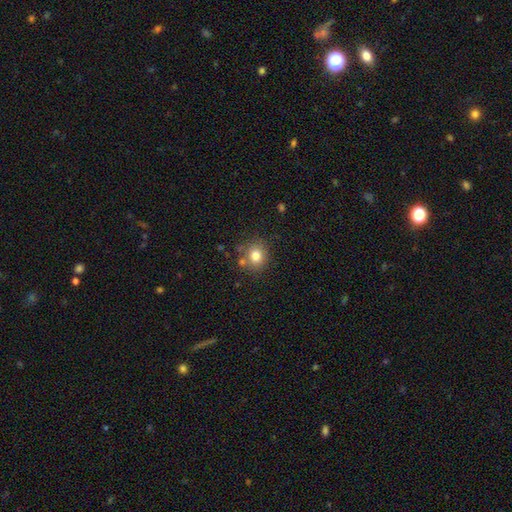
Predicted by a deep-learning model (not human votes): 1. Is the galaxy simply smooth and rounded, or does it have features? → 79% smooth, 12% star or artifact, 9% featured or disk.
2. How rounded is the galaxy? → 79% round, 21% in between, 1% cigar-shaped.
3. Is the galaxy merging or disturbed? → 75% none, 12% minor disturbance, 9% merger, 4% major disturbance.